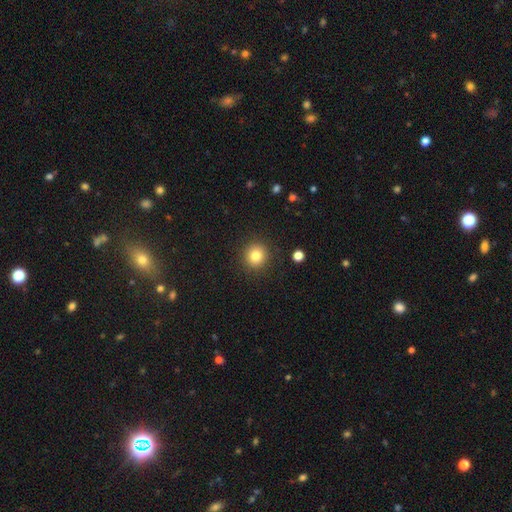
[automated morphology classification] smooth_or_featured: smooth (p=0.82) [alt: star or artifact p=0.11]
how_rounded: round (p=0.92) [alt: in between p=0.08]
merging: none (p=0.90) [alt: minor disturbance p=0.06]